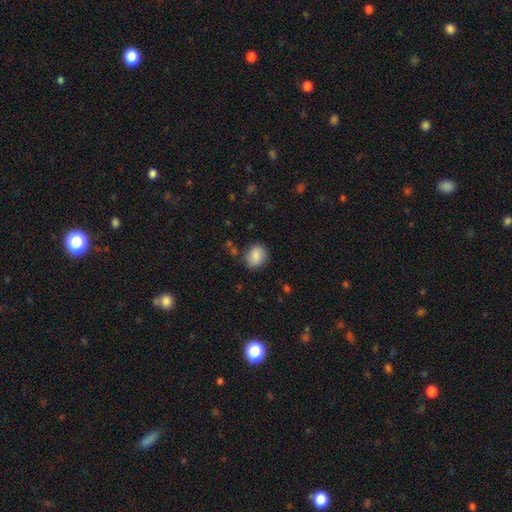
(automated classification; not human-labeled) The model was most divided on "how rounded": in between: 54%, round: 45%, cigar-shaped: 1%. More confident: smooth or featured — smooth (86%); merging — none (80%).